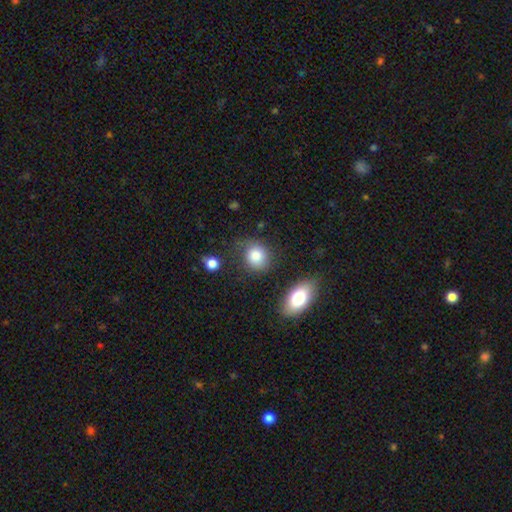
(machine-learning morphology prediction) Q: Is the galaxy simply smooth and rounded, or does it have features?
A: smooth — 83%.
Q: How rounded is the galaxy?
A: round — 72%.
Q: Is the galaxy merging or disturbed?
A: none — 68%.